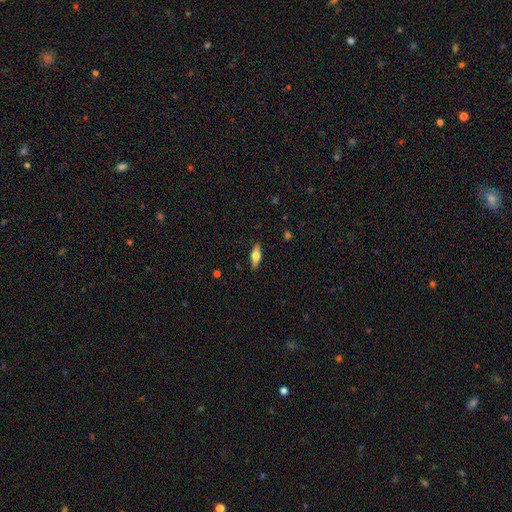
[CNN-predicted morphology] A smooth galaxy with no disk features (48%).

Vote fractions:
- Smooth or featured? smooth: 48% / featured or disk: 46% / star or artifact: 6%
- Merging? none: 88% / minor disturbance: 9% / major disturbance: 2% / merger: 1%